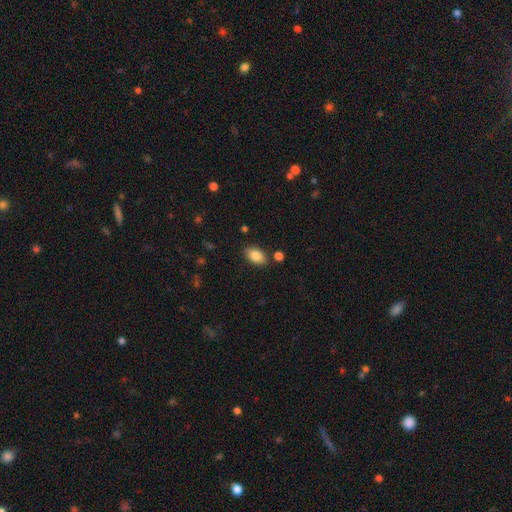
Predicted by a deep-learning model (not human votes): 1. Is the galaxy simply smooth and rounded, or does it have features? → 86% smooth, 8% star or artifact, 7% featured or disk.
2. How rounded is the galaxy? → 92% in between, 6% round, 2% cigar-shaped.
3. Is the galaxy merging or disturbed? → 84% none, 10% minor disturbance, 4% merger, 2% major disturbance.